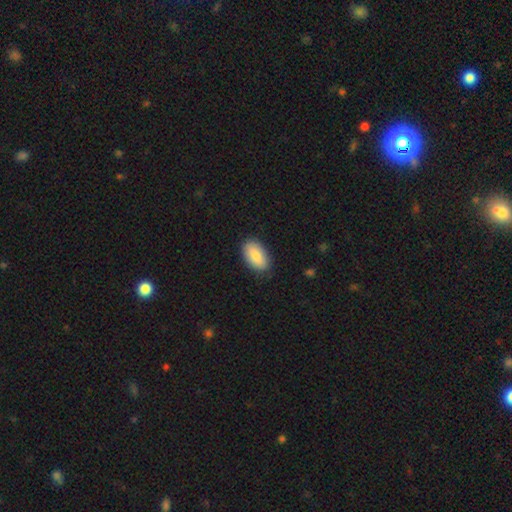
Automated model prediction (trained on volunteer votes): The model was most divided on "smooth or featured": smooth: 85%, featured or disk: 9%, star or artifact: 6%. More confident: how rounded — in between (94%); merging — none (87%).